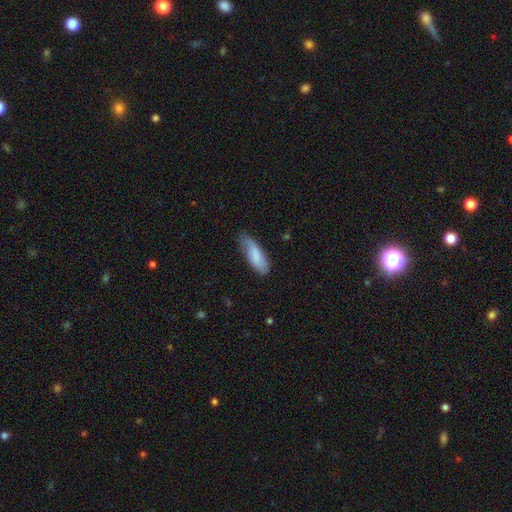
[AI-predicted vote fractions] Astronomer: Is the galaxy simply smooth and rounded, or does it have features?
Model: smooth — 78%.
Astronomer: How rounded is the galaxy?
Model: in between — 66%.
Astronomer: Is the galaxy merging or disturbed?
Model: none — 65%.